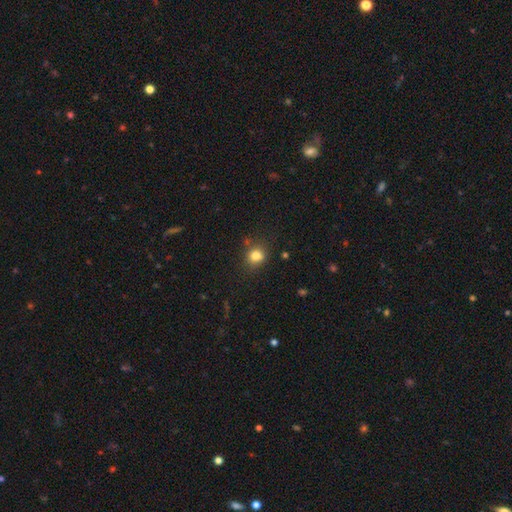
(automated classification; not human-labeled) smooth-or-featured: smooth: 81% | star or artifact: 12% | featured or disk: 7%
  how-rounded: round: 71% | in between: 28% | cigar-shaped: 1%
  merging: none: 74% | minor disturbance: 16% | merger: 5% | major disturbance: 5%